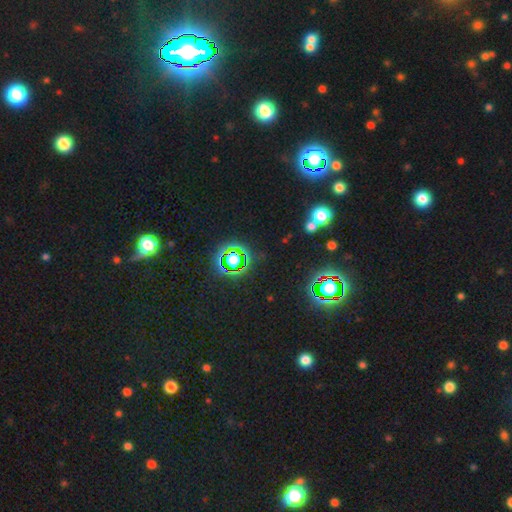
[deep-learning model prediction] The model was most divided on "smooth or featured": star or artifact: 78%, smooth: 15%, featured or disk: 7%.